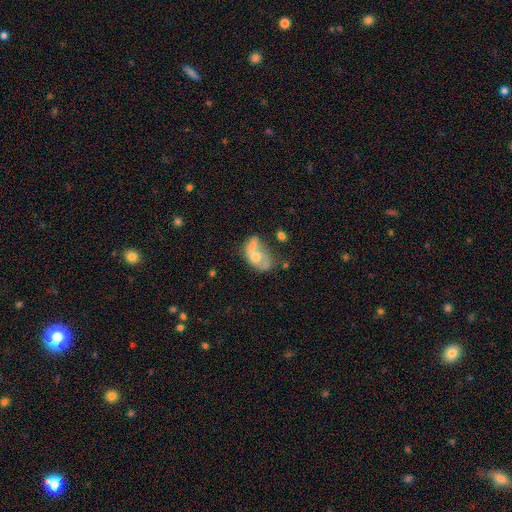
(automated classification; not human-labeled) smooth-or-featured: featured or disk: 49% | smooth: 43% | star or artifact: 8%
  merging: merger: 27% | none: 26% | major disturbance: 24% | minor disturbance: 24%